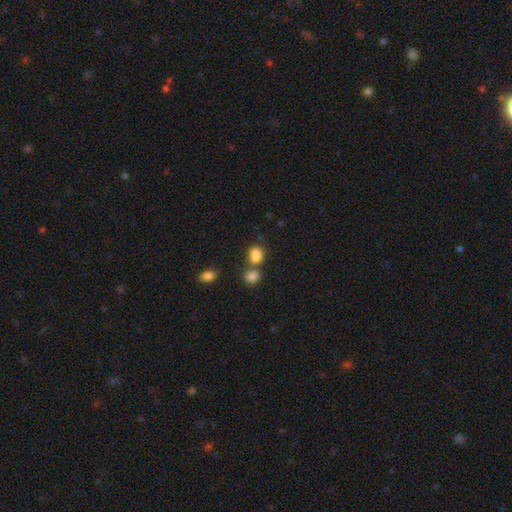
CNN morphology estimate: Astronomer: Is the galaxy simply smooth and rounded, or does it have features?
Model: smooth — 82%.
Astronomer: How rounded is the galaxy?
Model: in between — 61% (runner-up: round, 38%).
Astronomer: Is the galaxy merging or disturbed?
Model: merger — 44% (runner-up: none, 39%).